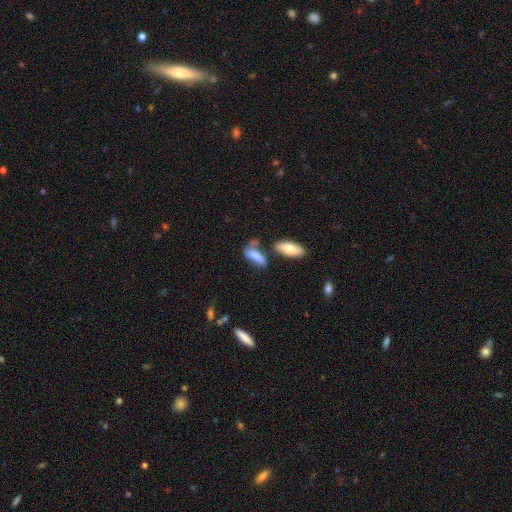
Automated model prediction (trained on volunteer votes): This appears to be a smooth galaxy with no disk features (70%) that is in between round and cigar-shaped (75%). Merging: none (36%).